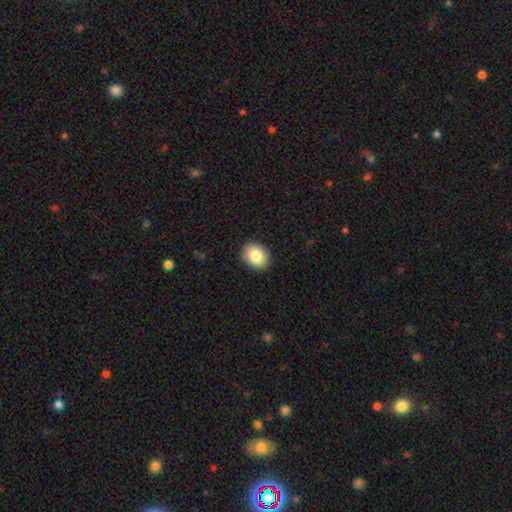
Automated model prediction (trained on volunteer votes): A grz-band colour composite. It shows a smooth galaxy with no disk features (85%) that is in between round and cigar-shaped (53%). Merging: none (89%).